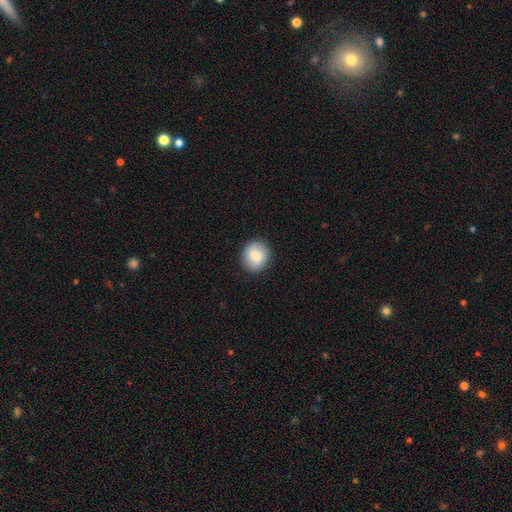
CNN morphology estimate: A smooth galaxy with no disk features (78%) that is round (88%). Merging: none (88%).